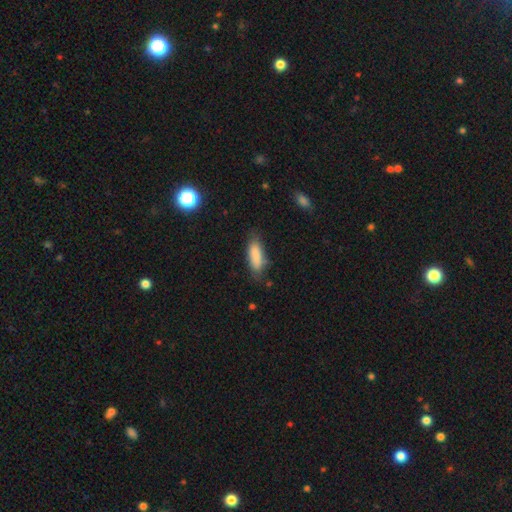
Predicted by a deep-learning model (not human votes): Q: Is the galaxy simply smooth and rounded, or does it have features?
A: smooth — 87%.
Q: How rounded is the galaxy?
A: in between — 67%.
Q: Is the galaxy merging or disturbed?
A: none — 71%.